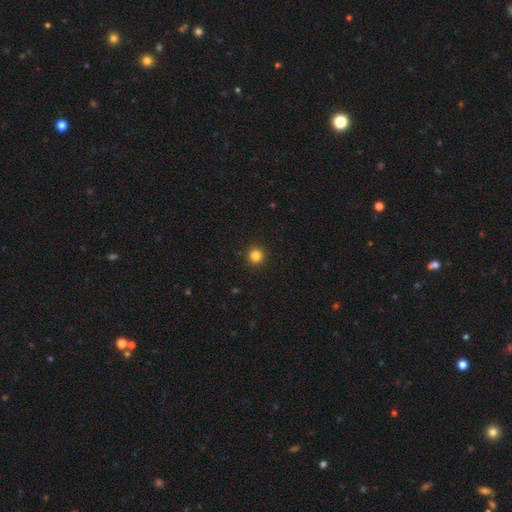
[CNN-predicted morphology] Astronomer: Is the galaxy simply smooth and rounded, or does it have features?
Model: smooth — 84%.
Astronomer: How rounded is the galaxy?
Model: round — 94%.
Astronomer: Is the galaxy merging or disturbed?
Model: none — 93%.